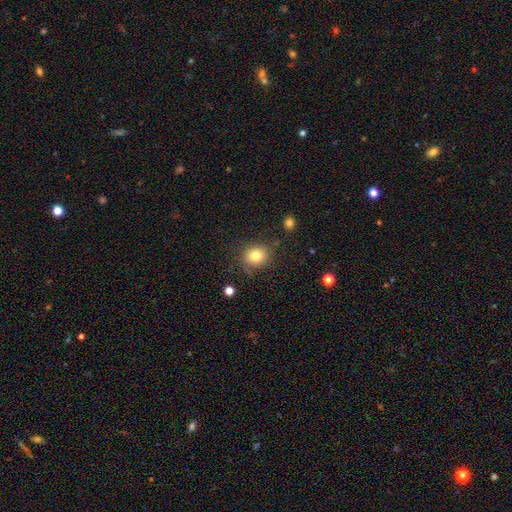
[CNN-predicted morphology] Smooth or featured? smooth (80%)
How rounded? round (75%)
Merging? none (77%)